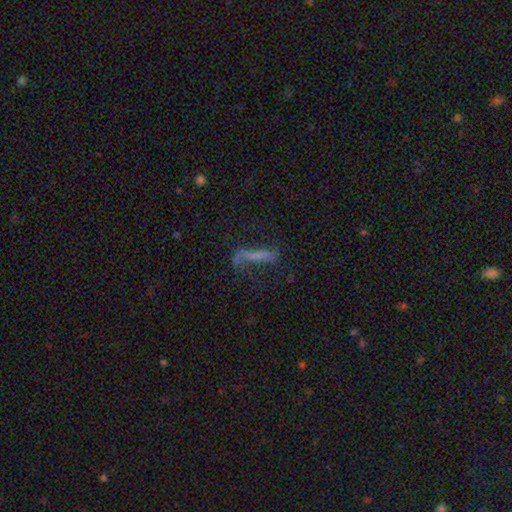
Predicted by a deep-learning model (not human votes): A featured or disk galaxy (47%). Merging: none (49%).